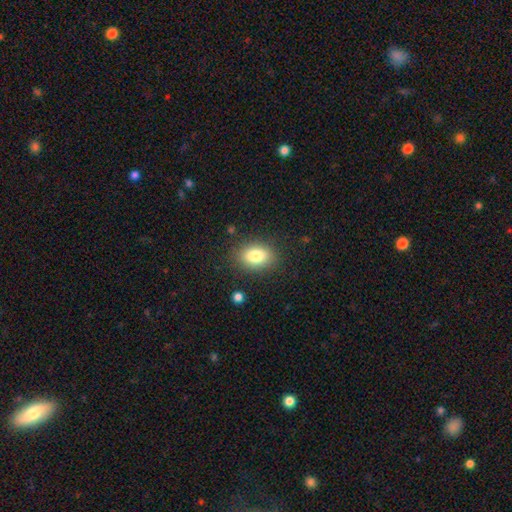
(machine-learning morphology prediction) Smooth or featured?
  - smooth: 81% *
  - featured or disk: 10%
  - star or artifact: 9%
How rounded?
  - in between: 79% *
  - round: 19%
  - cigar-shaped: 2%
Merging?
  - none: 84% *
  - minor disturbance: 11%
  - major disturbance: 4%
  - merger: 2%